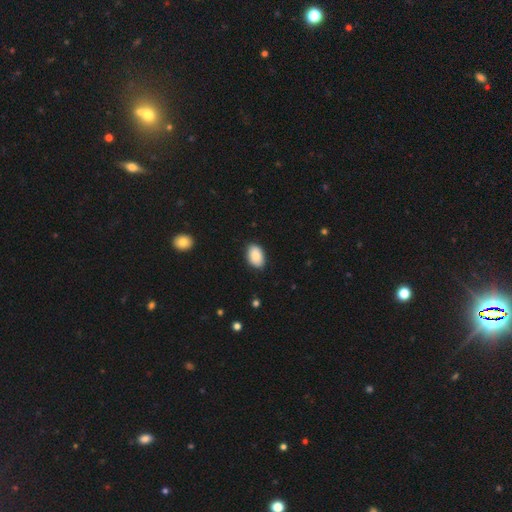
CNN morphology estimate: Smooth or featured? Predicted: smooth (p=0.87). How rounded? Predicted: in between (p=0.91). Merging? Predicted: none (p=0.87).